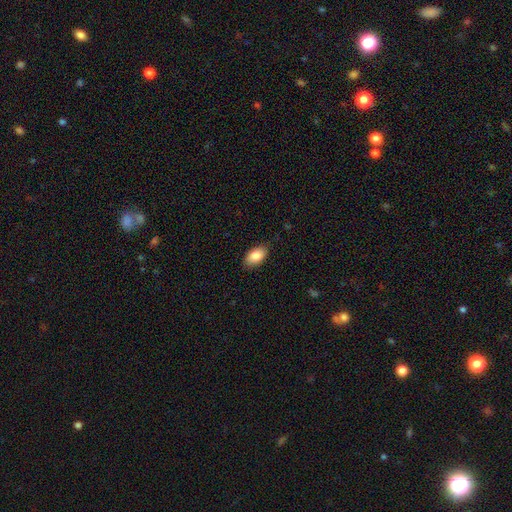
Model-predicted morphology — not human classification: The model was most divided on "merging": none: 83%, minor disturbance: 14%, major disturbance: 3%, merger: 1%. More confident: how rounded — in between (94%); smooth or featured — smooth (88%).